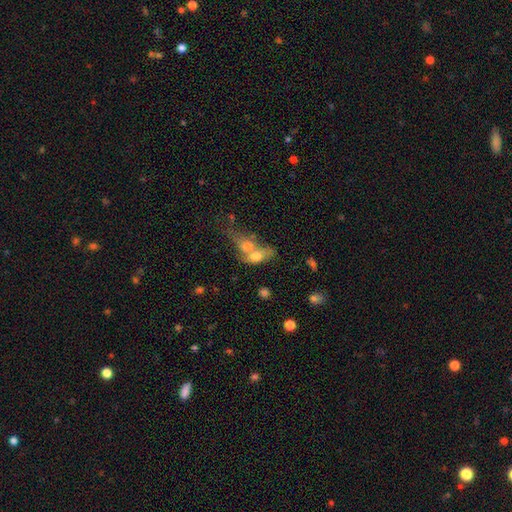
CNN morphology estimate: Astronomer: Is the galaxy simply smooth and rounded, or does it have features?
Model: smooth — 66%.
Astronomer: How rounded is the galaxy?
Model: in between — 75%.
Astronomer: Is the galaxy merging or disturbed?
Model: merger — 68%.